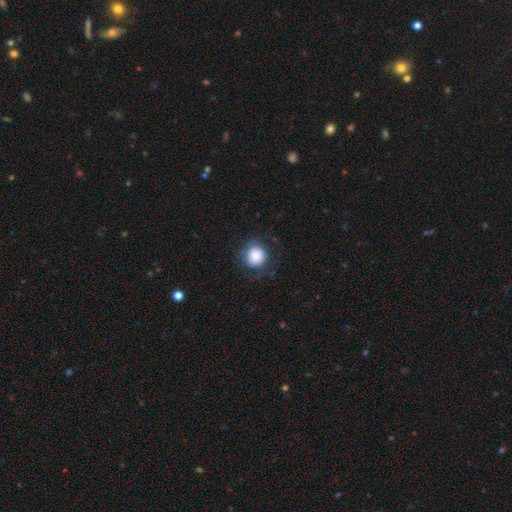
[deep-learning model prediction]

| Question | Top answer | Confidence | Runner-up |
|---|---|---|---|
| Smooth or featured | smooth | 80% | featured or disk (11%) |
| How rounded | round | 87% | in between (12%) |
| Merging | none | 75% | minor disturbance (15%) |